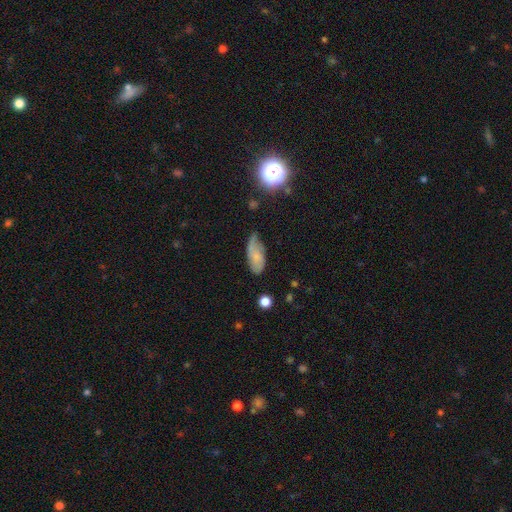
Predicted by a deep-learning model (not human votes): Smooth or featured?
  - smooth: 56% *
  - featured or disk: 35%
  - star or artifact: 9%
How rounded?
  - in between: 87% *
  - cigar-shaped: 10%
  - round: 3%
Merging?
  - none: 44% *
  - minor disturbance: 39%
  - major disturbance: 14%
  - merger: 3%